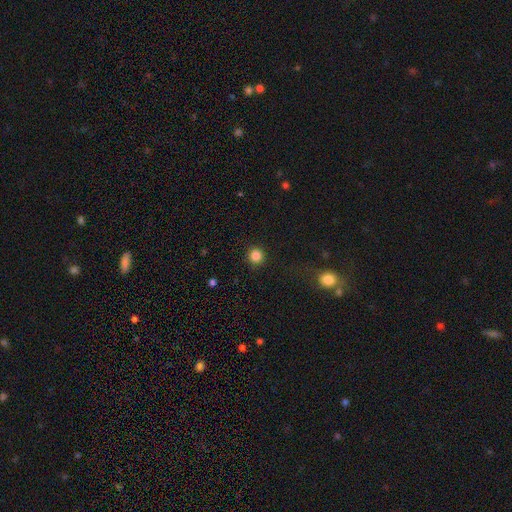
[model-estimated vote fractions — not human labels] Smooth or featured? Predicted: smooth (p=0.85). How rounded? Predicted: round (p=0.95). Merging? Predicted: none (p=0.91).